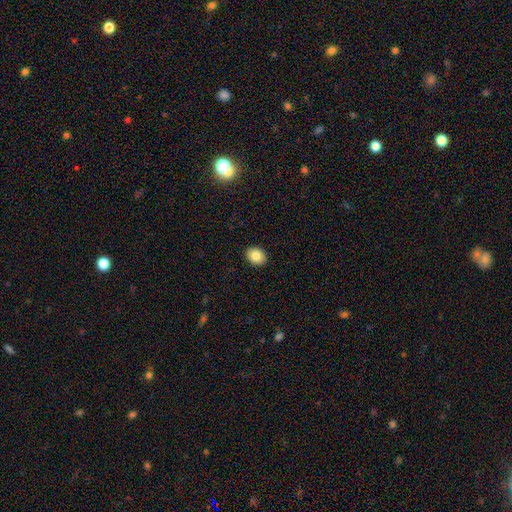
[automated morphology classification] Q: Smooth or featured?
A: smooth (84%); runner-up: star or artifact (8%)
Q: How rounded?
A: in between (51%); runner-up: round (48%)
Q: Merging?
A: none (91%); runner-up: minor disturbance (6%)